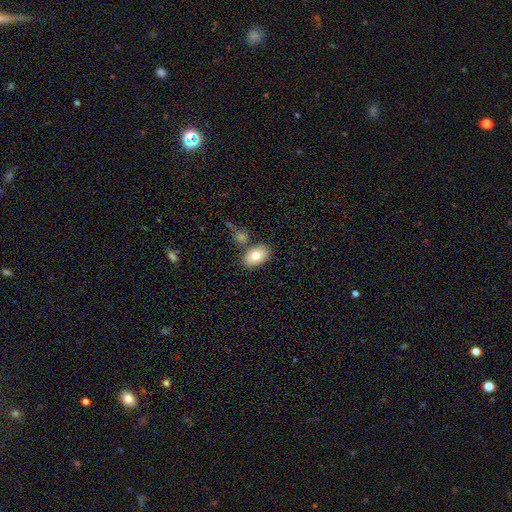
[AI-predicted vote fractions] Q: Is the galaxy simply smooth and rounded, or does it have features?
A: smooth — 77%.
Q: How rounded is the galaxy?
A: in between — 88%.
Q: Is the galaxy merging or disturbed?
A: none — 74%.